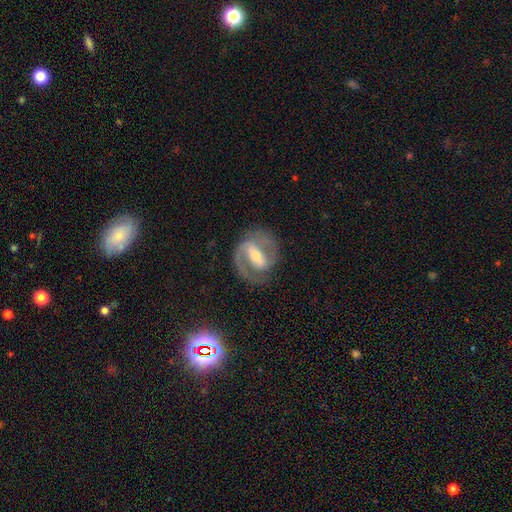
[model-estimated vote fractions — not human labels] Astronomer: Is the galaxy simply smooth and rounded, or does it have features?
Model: featured or disk — 85%.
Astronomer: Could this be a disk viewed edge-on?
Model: no — 96%.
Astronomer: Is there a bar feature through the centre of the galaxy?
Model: strong — 61%.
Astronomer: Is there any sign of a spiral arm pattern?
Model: yes — 91%.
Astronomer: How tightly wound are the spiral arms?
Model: medium — 50% (runner-up: tight, 37%).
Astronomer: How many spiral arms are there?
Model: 2 — 80%.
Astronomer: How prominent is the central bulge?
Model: moderate — 52% (runner-up: small, 41%).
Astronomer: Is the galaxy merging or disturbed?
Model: none — 79%.